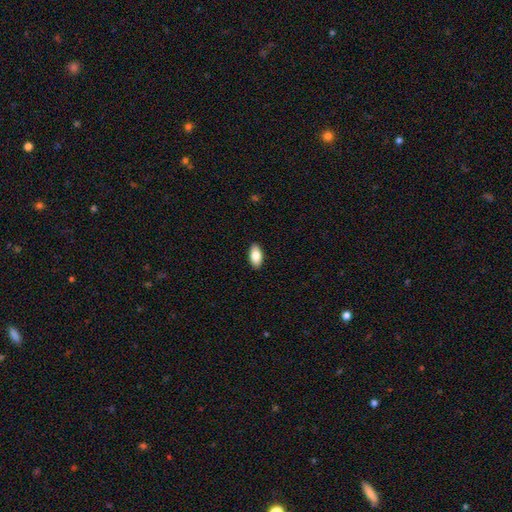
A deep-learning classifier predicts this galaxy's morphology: smooth_or_featured: smooth (p=0.84) [alt: featured or disk p=0.10]
how_rounded: in between (p=0.92) [alt: cigar-shaped p=0.05]
merging: none (p=0.90) [alt: minor disturbance p=0.07]